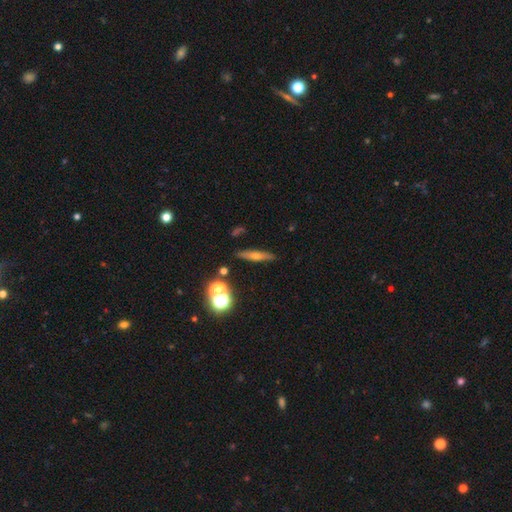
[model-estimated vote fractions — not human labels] A featured or disk galaxy (47%).

Vote fractions:
- Smooth or featured? featured or disk: 47% / smooth: 41% / star or artifact: 13%
- Merging? none: 86% / minor disturbance: 8% / merger: 4% / major disturbance: 2%